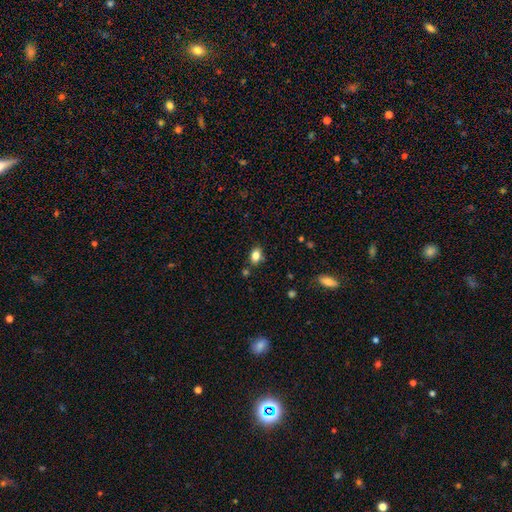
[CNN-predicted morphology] This is clearly a smooth galaxy (83%). How rounded: clearly in between (80%). Merging: likely none (80%).